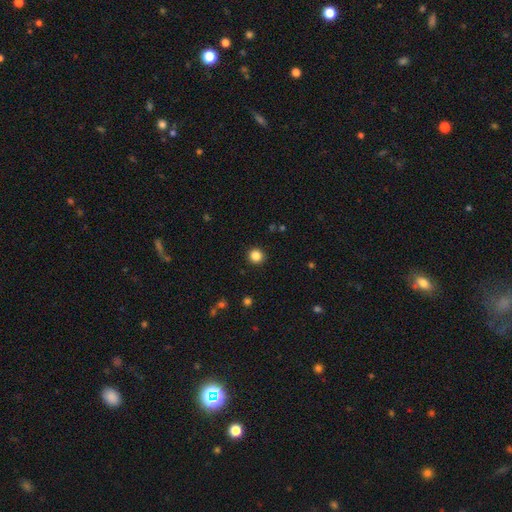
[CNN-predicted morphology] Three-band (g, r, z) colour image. It shows a smooth galaxy with no disk features (85%) that is round (94%). Merging: none (93%).